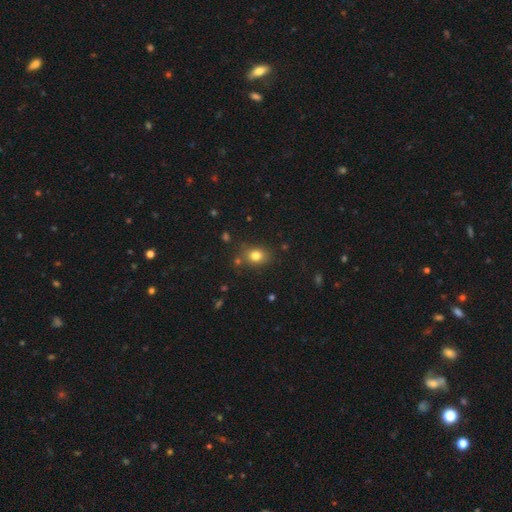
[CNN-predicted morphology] The model was most divided on "how rounded": in between: 51%, round: 48%, cigar-shaped: 1%. More confident: smooth or featured — smooth (79%); merging — none (79%).